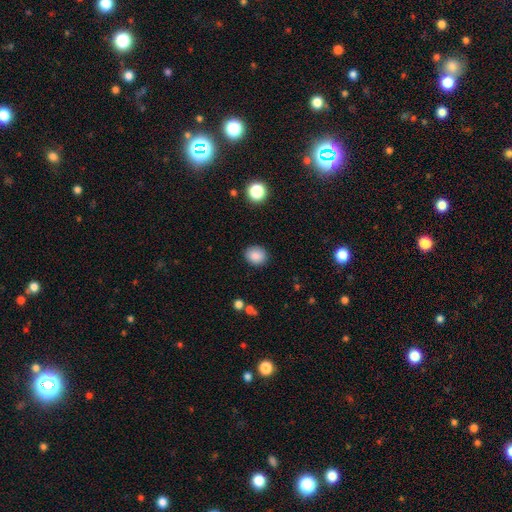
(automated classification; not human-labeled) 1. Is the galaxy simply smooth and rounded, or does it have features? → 87% smooth, 9% star or artifact, 4% featured or disk.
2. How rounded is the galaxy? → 67% round, 32% in between, 1% cigar-shaped.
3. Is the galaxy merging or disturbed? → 88% none, 9% minor disturbance, 2% major disturbance, 1% merger.